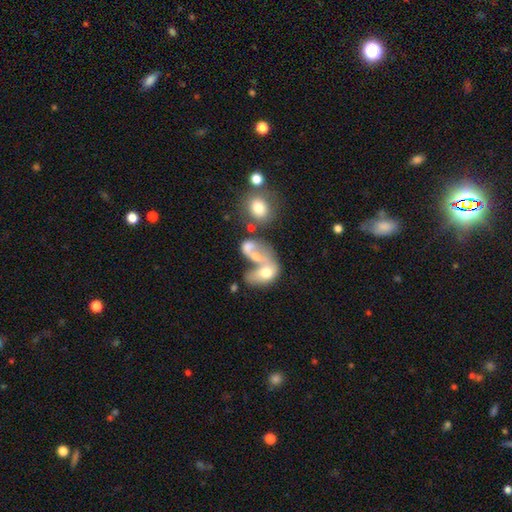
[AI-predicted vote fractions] This appears to be a smooth galaxy with no disk features (50%). Merging: merger (70%).